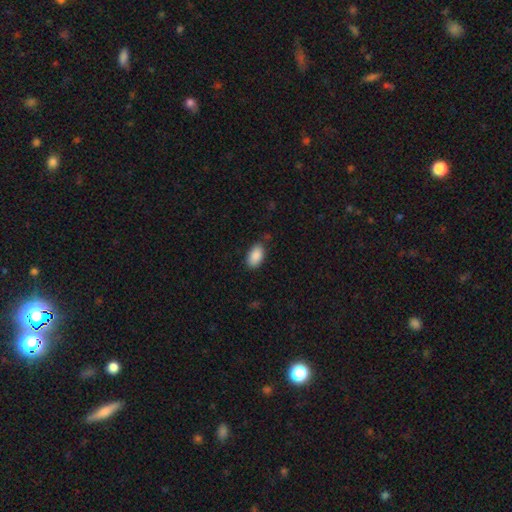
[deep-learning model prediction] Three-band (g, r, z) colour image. It shows a smooth galaxy with no disk features (89%) that is in between round and cigar-shaped (94%). Merging: none (79%).